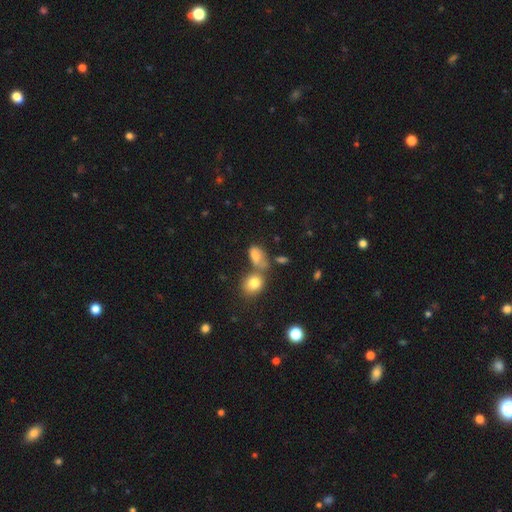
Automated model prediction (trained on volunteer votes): A smooth galaxy with no disk features (76%) that is in between round and cigar-shaped (83%). Merging: merger (38%).